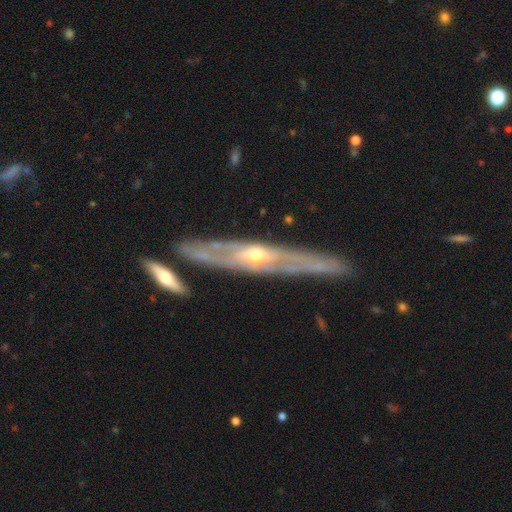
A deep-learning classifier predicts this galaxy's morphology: Smooth or featured: featured or disk — 81% (smooth — 14%)
Edge-on disk: yes — 62% (no — 38%)
Edge-on bulge: rounded — 79% (none — 17%)
Merging: none — 79% (minor disturbance — 14%)